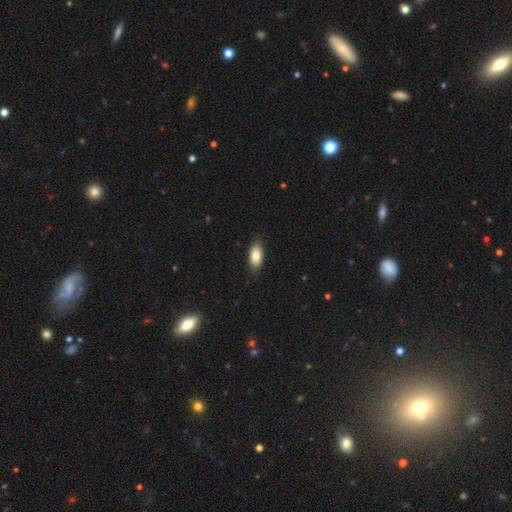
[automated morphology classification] A smooth galaxy with no disk features (83%) that is in between round and cigar-shaped (87%). Merging: none (85%).